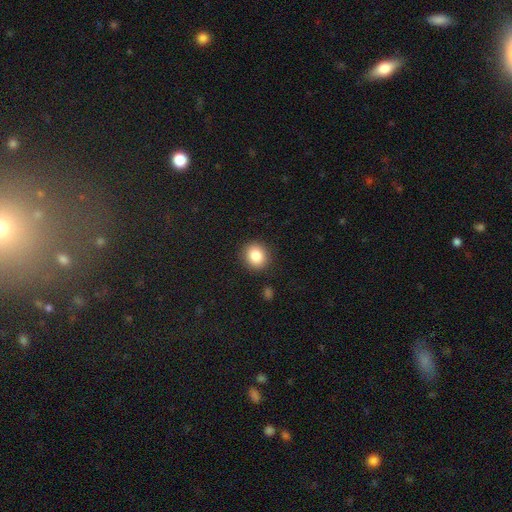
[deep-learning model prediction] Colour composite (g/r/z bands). It shows a smooth galaxy with no disk features (85%) that is round (78%). Merging: none (89%).